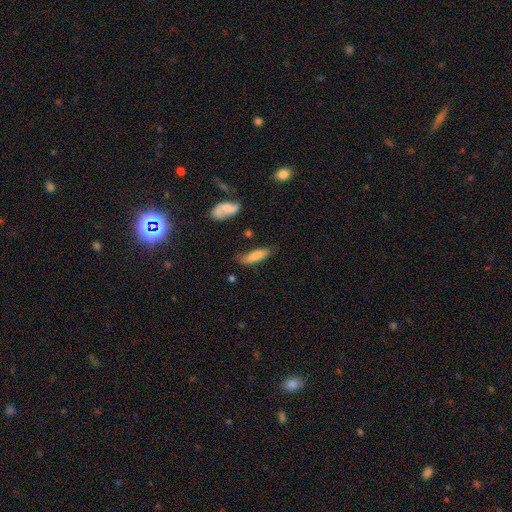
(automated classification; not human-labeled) This appears to be a smooth galaxy with no disk features (79%) that is cigar-shaped (51%). Merging: none (68%).